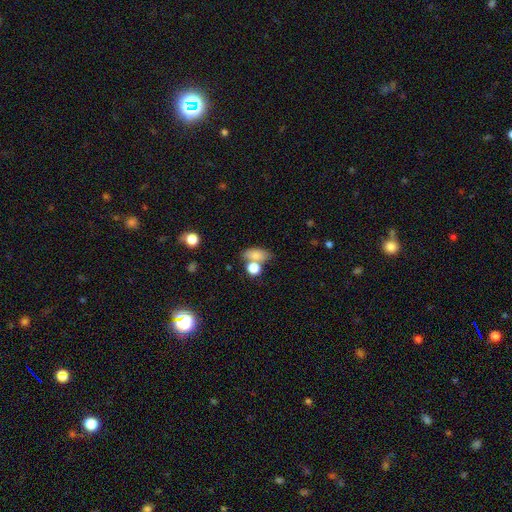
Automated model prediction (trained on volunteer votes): Smooth or featured? Predicted: smooth (p=0.78). How rounded? Predicted: in between (p=0.79). Merging? Predicted: none (p=0.51).